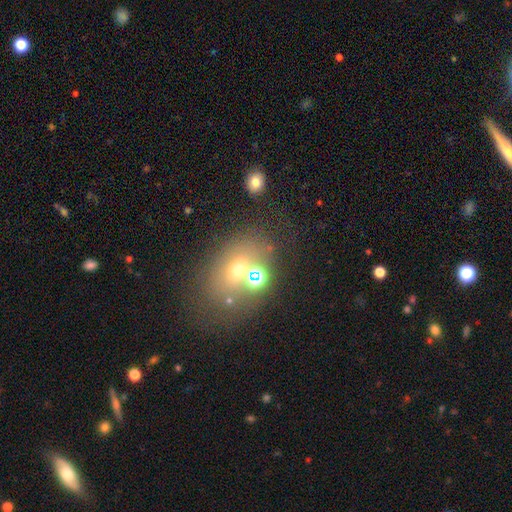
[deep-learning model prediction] smooth 48%, featured or disk 28%, star or artifact 24%. Down the decision tree: merging — none (46%).